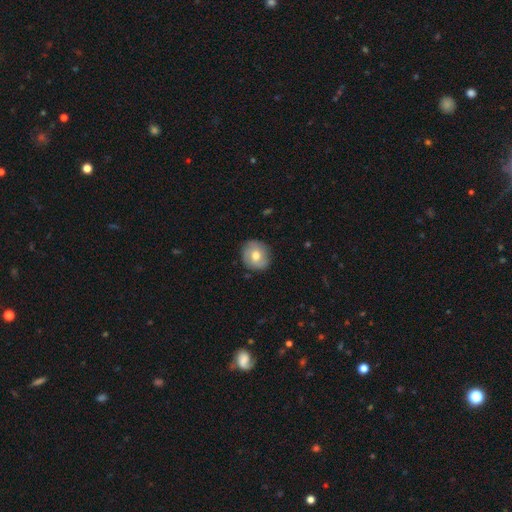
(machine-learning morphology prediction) A smooth galaxy with no disk features (67%) that is round (85%).

Vote fractions:
- Smooth or featured? smooth: 67% / featured or disk: 26% / star or artifact: 7%
- How rounded? round: 85% / in between: 14% / cigar-shaped: 1%
- Merging? none: 84% / minor disturbance: 12% / major disturbance: 3% / merger: 1%